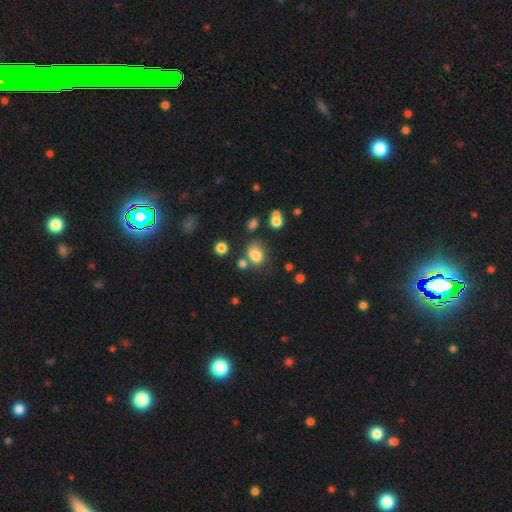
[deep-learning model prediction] Smooth or featured: smooth — 78% (star or artifact — 12%)
How rounded: in between — 57% (round — 42%)
Merging: none — 51% (minor disturbance — 22%)